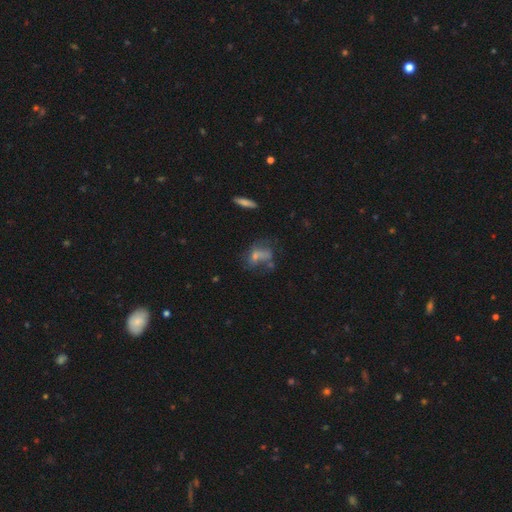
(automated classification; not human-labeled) A featured or disk galaxy (40%, tied with smooth). Merging: none (37%).